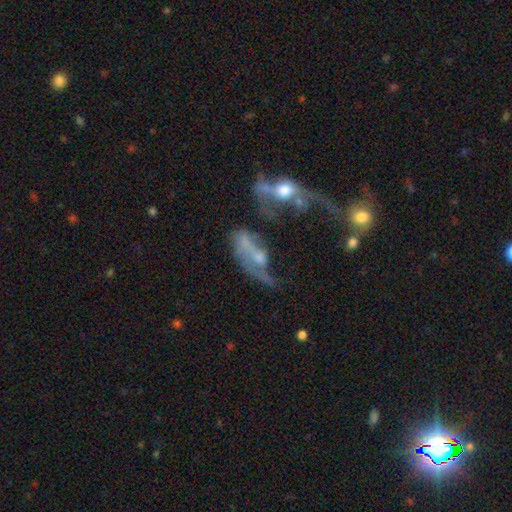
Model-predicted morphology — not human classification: The model was most divided on "merging": major disturbance: 34%, merger: 33%, none: 19%, minor disturbance: 14%. More confident: edge-on disk — no (86%); smooth or featured — featured or disk (57%).